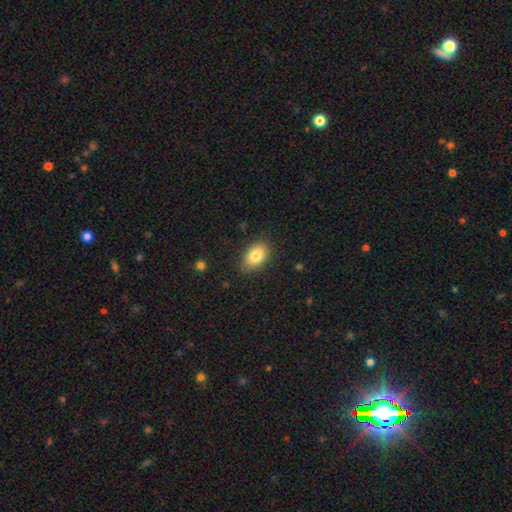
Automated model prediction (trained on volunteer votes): Smooth or featured?
  - smooth: 82% *
  - featured or disk: 10%
  - star or artifact: 8%
How rounded?
  - in between: 87% *
  - round: 11%
  - cigar-shaped: 2%
Merging?
  - none: 82% *
  - minor disturbance: 14%
  - major disturbance: 3%
  - merger: 1%